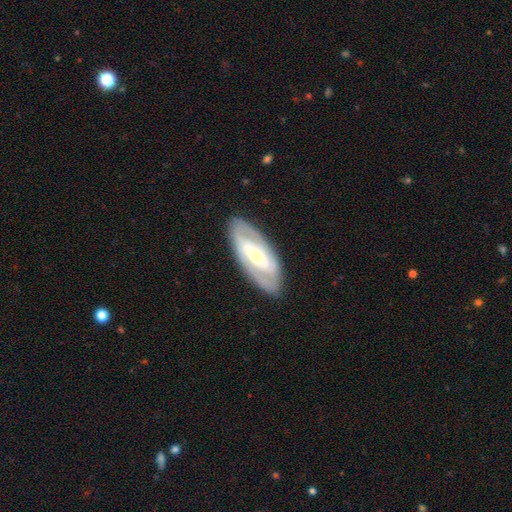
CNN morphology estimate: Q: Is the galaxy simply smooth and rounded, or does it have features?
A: featured or disk — 73%.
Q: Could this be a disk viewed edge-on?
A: no — 87%.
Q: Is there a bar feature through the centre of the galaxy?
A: strong — 57%.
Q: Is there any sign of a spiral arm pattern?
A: yes — 65%.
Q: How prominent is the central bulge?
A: small — 54%.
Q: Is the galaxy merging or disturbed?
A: none — 84%.